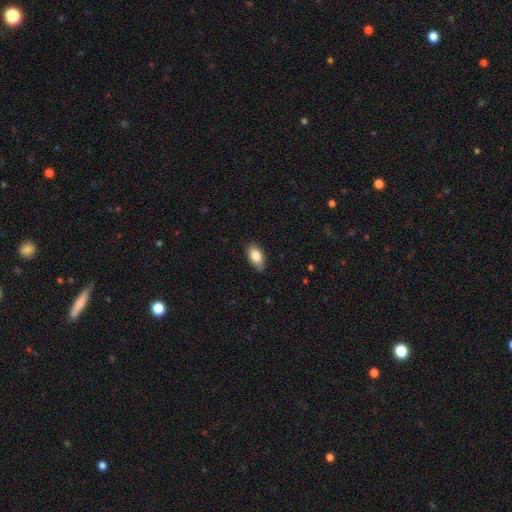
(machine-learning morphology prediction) smooth 82%, featured or disk 11%, star or artifact 7%. Down the decision tree: how rounded — in between (91%); merging — none (77%).